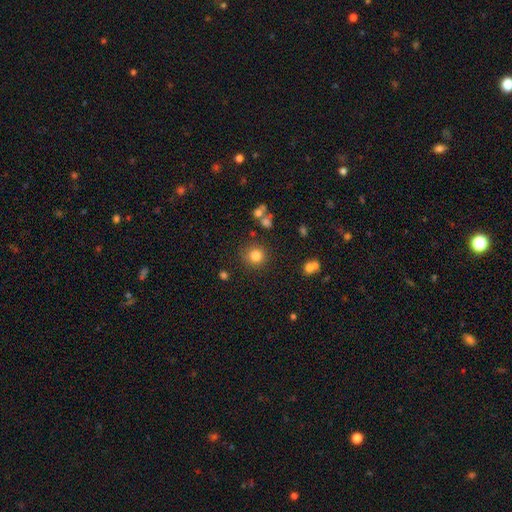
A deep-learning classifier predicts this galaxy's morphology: This is clearly a smooth galaxy (80%). How rounded: clearly round (92%). Merging: clearly none (85%).